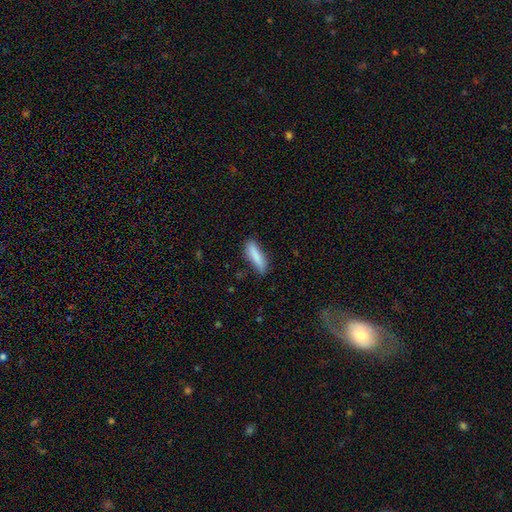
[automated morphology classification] This is clearly a smooth galaxy (85%). How rounded: likely cigar-shaped (68%). Merging: likely none (76%).